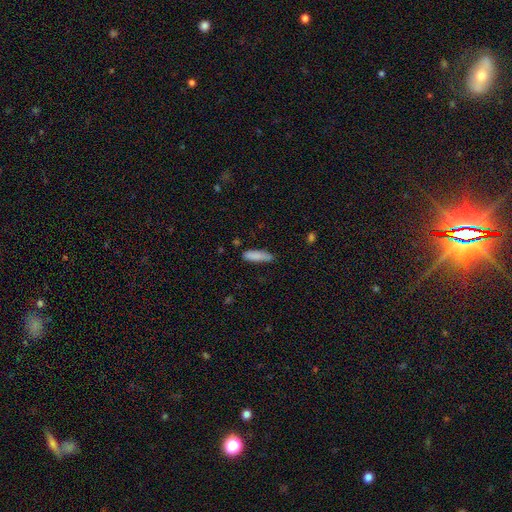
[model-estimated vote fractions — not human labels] Smooth or featured: smooth — 86% (featured or disk — 7%)
How rounded: cigar-shaped — 66% (in between — 33%)
Merging: none — 73% (minor disturbance — 21%)